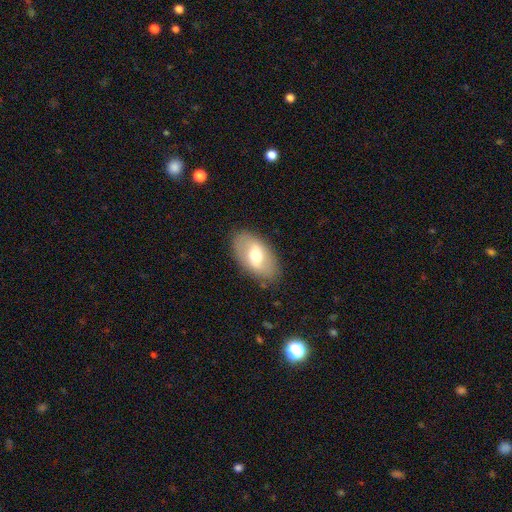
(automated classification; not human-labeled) The model was most divided on "smooth or featured": smooth: 53%, featured or disk: 40%, star or artifact: 7%. More confident: how rounded — in between (92%); merging — none (83%).